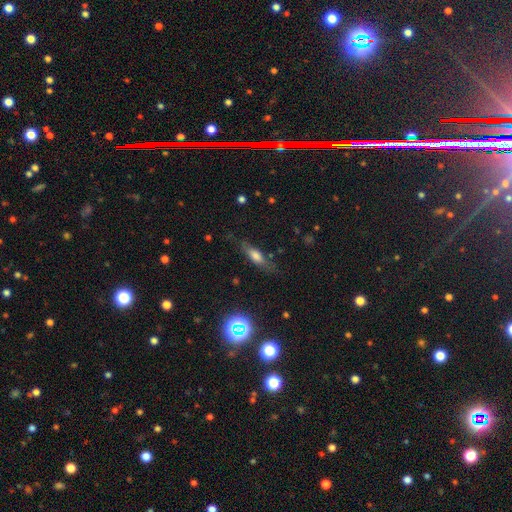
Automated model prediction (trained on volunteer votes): Q: Smooth or featured?
A: smooth (56%); runner-up: featured or disk (32%)
Q: How rounded?
A: cigar-shaped (56%); runner-up: in between (40%)
Q: Merging?
A: none (71%); runner-up: minor disturbance (19%)